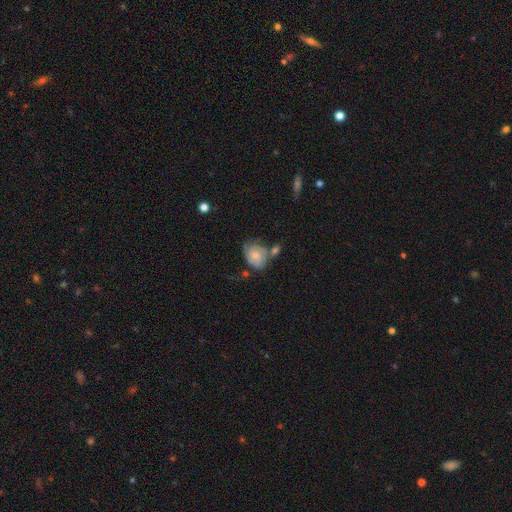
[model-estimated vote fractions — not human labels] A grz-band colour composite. It shows a featured or disk galaxy (67%) with no bar (74%), 2 (50%) tight (62%) spiral arms (87%) and a moderate central bulge (55%). Merging: none (45%).